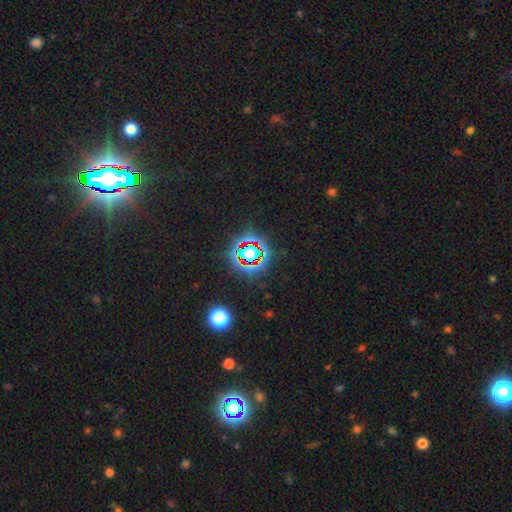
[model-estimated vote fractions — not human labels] This appears to be a star or artifact, not a galaxy (81%).